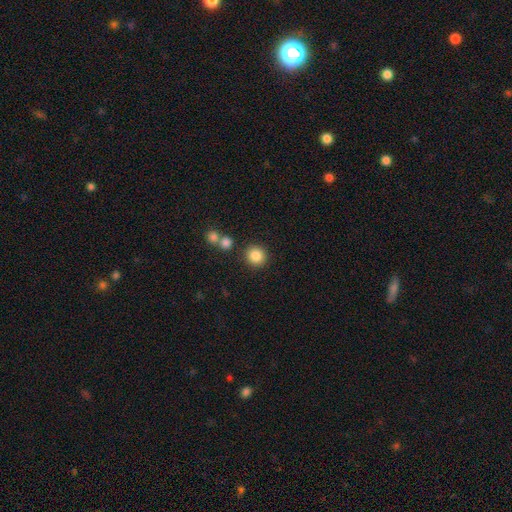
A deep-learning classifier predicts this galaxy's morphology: The model was most divided on "smooth or featured": smooth: 85%, star or artifact: 10%, featured or disk: 5%. More confident: how rounded — round (92%); merging — none (85%).